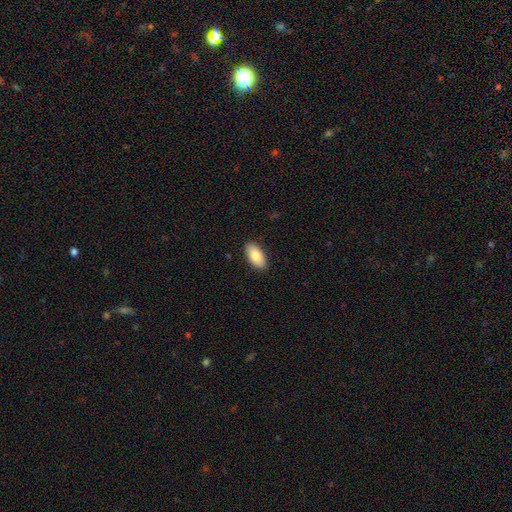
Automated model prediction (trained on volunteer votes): Overall: smooth (84%). How rounded: in between (94%). Merging: none (89%).